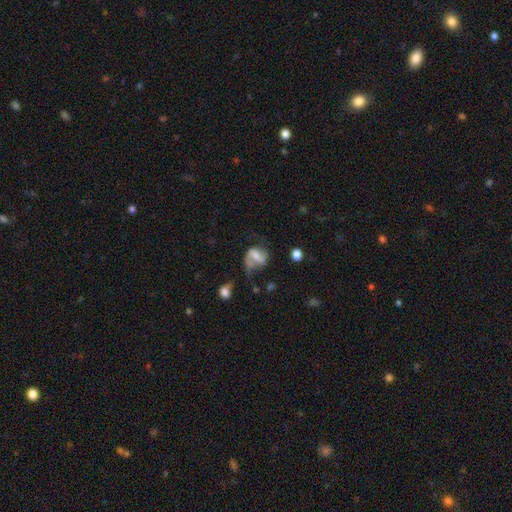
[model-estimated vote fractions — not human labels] Morphology: type=featured or disk (62%); edge-on=no (97%); bar=weak (42%); spiral arms=yes (81%); bulge=moderate (48%); merging=none (39%).